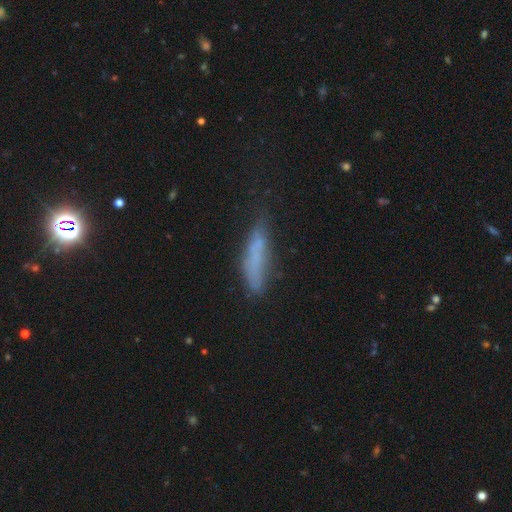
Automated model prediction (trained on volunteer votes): A smooth galaxy with no disk features (64%) that is cigar-shaped (81%).

Vote fractions:
- Smooth or featured? smooth: 64% / featured or disk: 24% / star or artifact: 12%
- How rounded? cigar-shaped: 81% / in between: 18% / round: 2%
- Merging? none: 56% / minor disturbance: 28% / major disturbance: 13% / merger: 4%